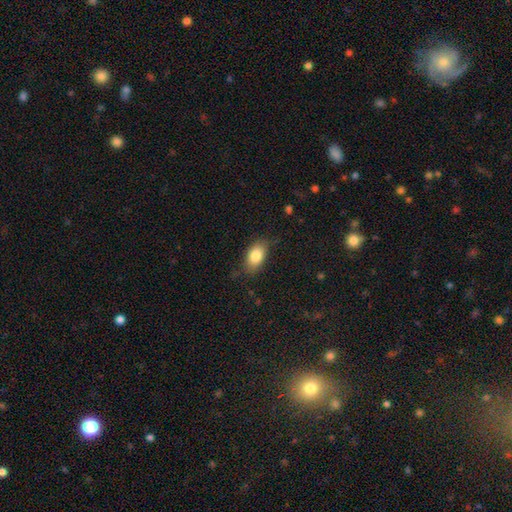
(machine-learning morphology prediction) smooth_or_featured: smooth (p=0.84) [alt: featured or disk p=0.09]
how_rounded: in between (p=0.89) [alt: round p=0.08]
merging: none (p=0.75) [alt: minor disturbance p=0.19]